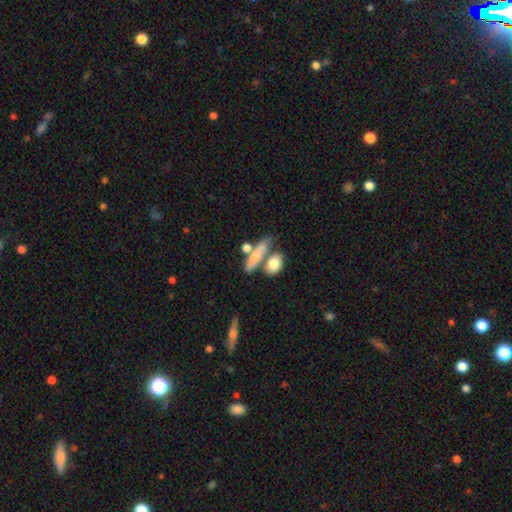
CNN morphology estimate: Smooth or featured: smooth — 68% (featured or disk — 24%)
How rounded: cigar-shaped — 45% (in between — 44%)
Merging: none — 46% (merger — 32%)